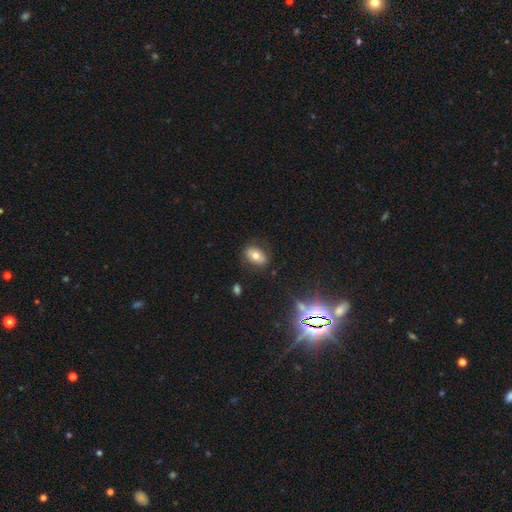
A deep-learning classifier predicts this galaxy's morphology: Smooth or featured? smooth (67%)
How rounded? in between (84%)
Merging? none (83%)